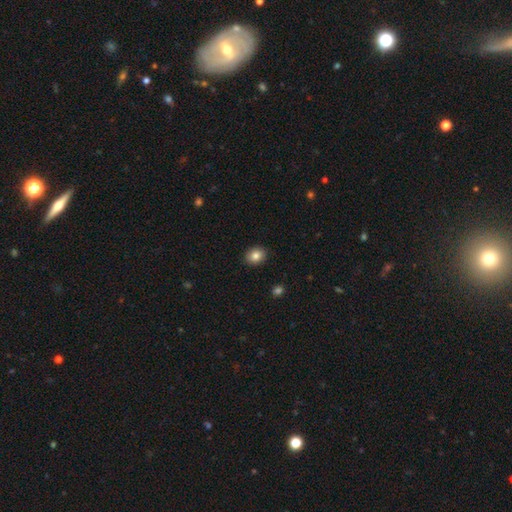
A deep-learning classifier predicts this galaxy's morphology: Smooth or featured?
  - smooth: 84% *
  - star or artifact: 9%
  - featured or disk: 7%
How rounded?
  - round: 51% *
  - in between: 48%
  - cigar-shaped: 1%
Merging?
  - none: 90% *
  - minor disturbance: 7%
  - major disturbance: 2%
  - merger: 1%